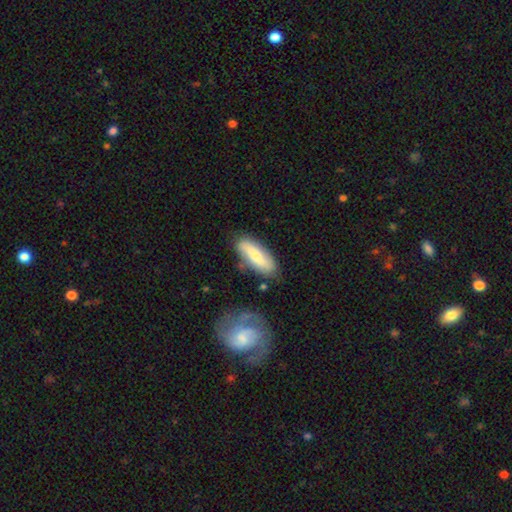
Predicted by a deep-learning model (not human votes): smooth 53%, featured or disk 41%, star or artifact 6%. Down the decision tree: how rounded — in between (63%); merging — none (75%).